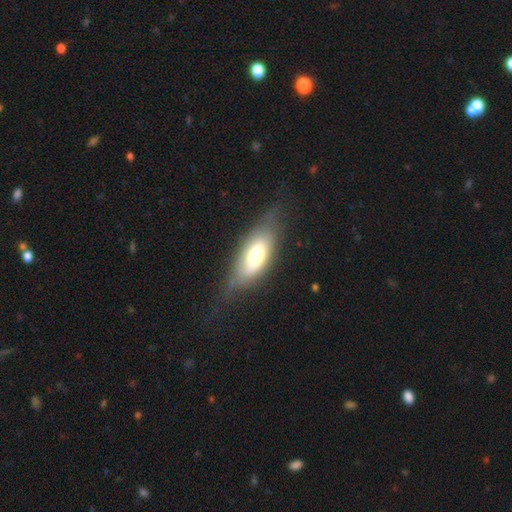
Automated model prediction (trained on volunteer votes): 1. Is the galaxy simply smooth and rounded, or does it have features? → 58% smooth, 35% featured or disk, 7% star or artifact.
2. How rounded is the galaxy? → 81% in between, 16% cigar-shaped, 3% round.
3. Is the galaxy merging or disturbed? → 64% none, 24% minor disturbance, 11% major disturbance, 1% merger.